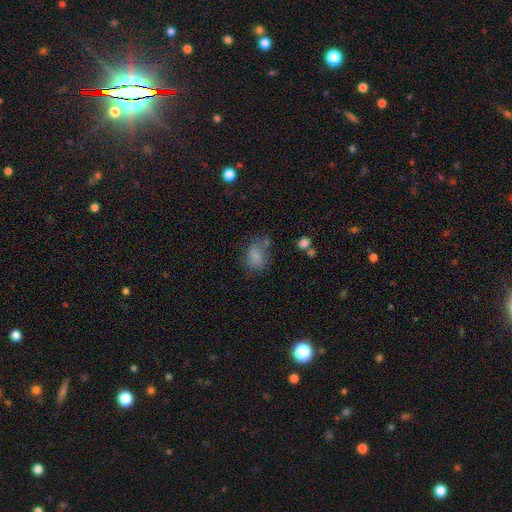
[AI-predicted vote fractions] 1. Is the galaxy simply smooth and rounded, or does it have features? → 77% smooth, 13% star or artifact, 11% featured or disk.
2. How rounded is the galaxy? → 74% in between, 24% round, 2% cigar-shaped.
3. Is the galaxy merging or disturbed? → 53% none, 25% minor disturbance, 15% major disturbance, 7% merger.